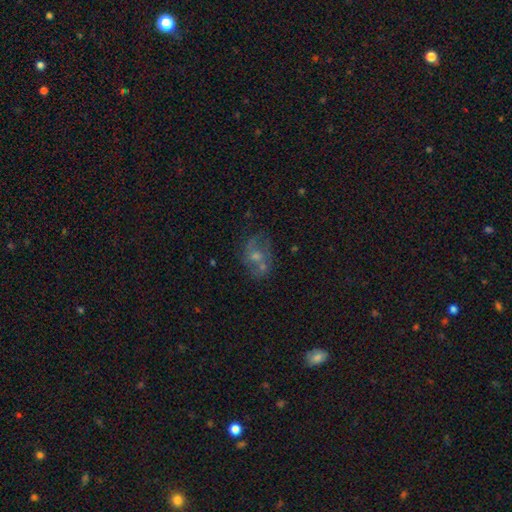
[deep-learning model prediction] This is possibly a featured or disk galaxy (52%). It is clearly not viewed edge-on (96%). Merging: possibly none (54%).